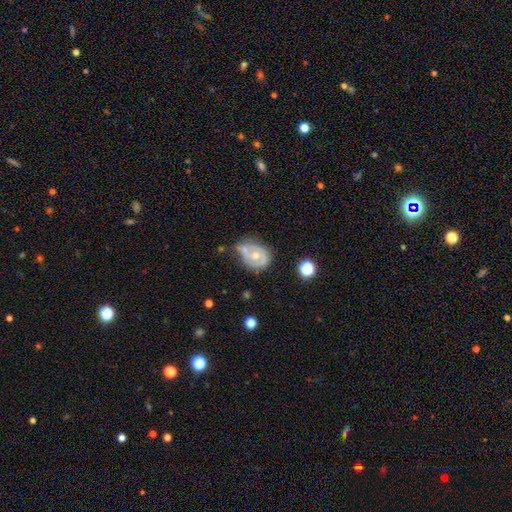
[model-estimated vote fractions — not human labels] Morphology: type=featured or disk (59%); edge-on=no (96%); bar=no (78%); spiral arms=no (57%); bulge=moderate (64%); merging=none (35%).